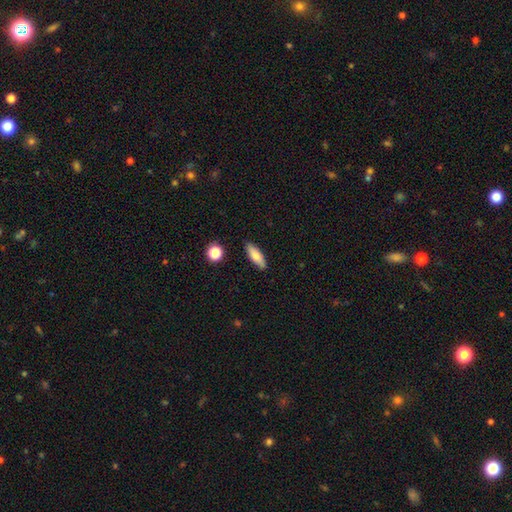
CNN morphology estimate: A smooth galaxy with no disk features (77%) that is in between round and cigar-shaped (51%). Merging: none (86%).